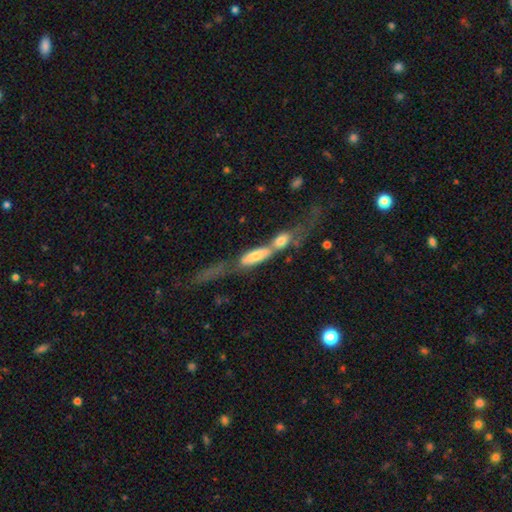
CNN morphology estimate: smooth-or-featured: featured or disk: 51% | smooth: 40% | star or artifact: 9%
  disk-edge-on: yes: 54% | no: 46%
  merging: merger: 61% | none: 18% | major disturbance: 12% | minor disturbance: 9%